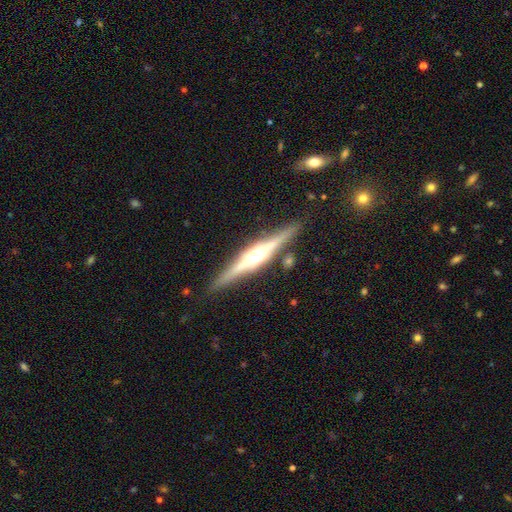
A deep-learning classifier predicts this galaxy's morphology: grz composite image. It shows a featured or disk galaxy (80%) viewed edge-on (98%) with a rounded central bulge (90%). Merging: none (87%).